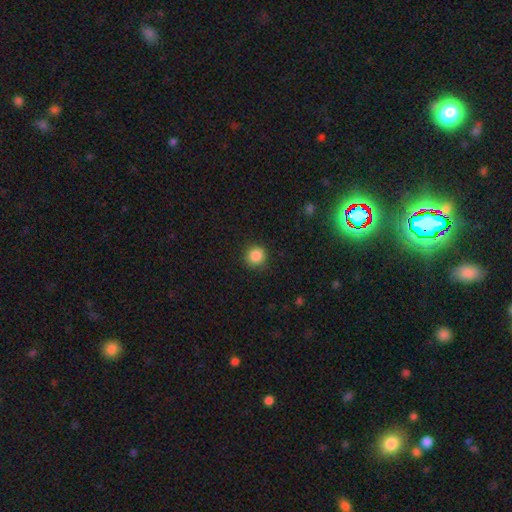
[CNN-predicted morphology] type=smooth (87%); roundness=round (93%); merging=none (89%).